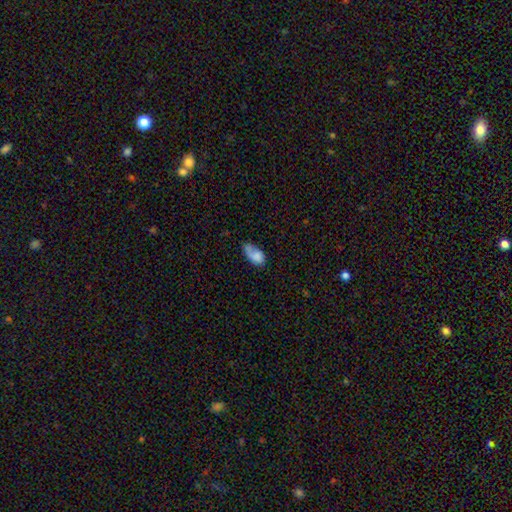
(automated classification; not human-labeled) A smooth galaxy with no disk features (76%) that is in between round and cigar-shaped (91%).

Vote fractions:
- Smooth or featured? smooth: 76% / featured or disk: 16% / star or artifact: 8%
- How rounded? in between: 91% / round: 6% / cigar-shaped: 3%
- Merging? none: 40% / minor disturbance: 33% / major disturbance: 19% / merger: 8%